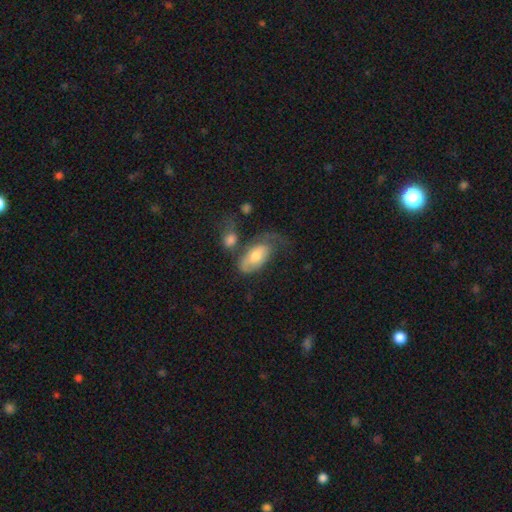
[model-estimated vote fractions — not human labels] smooth 57%, featured or disk 36%, star or artifact 6%. Down the decision tree: how rounded — in between (92%); merging — none (31%).